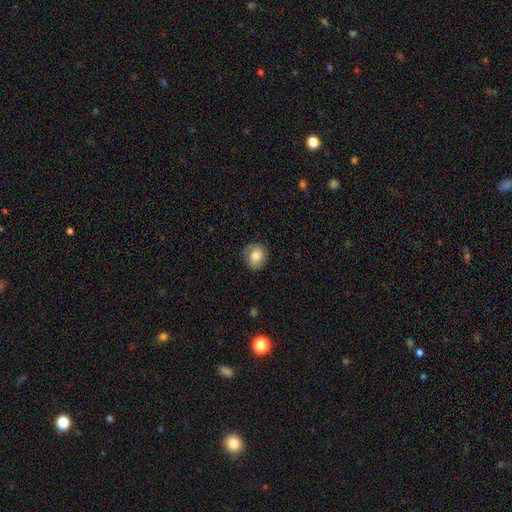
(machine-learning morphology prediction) The model was most divided on "how rounded": round: 72%, in between: 27%, cigar-shaped: 1%. More confident: merging — none (74%); smooth or featured — smooth (74%).